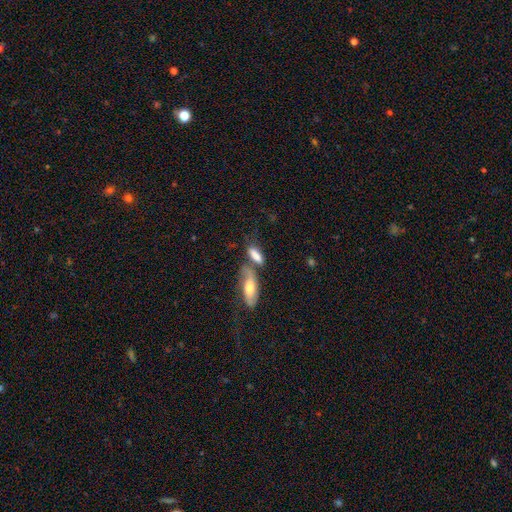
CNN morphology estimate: This appears to be a smooth galaxy with no disk features (74%) that is in between round and cigar-shaped (64%). Merging: merger (40%).